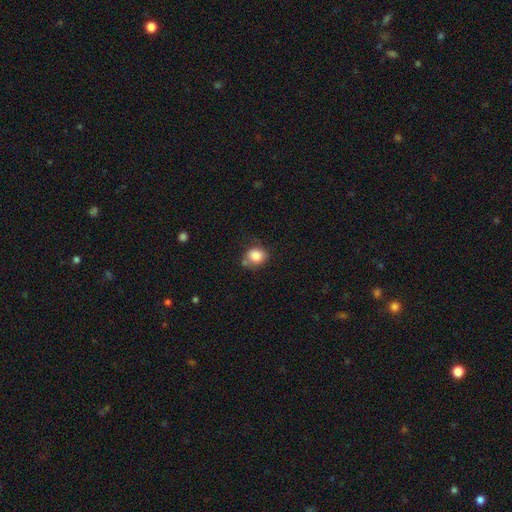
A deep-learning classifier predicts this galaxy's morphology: The model was most divided on "how rounded": round: 66%, in between: 33%, cigar-shaped: 1%. More confident: smooth or featured — smooth (83%); merging — none (61%).